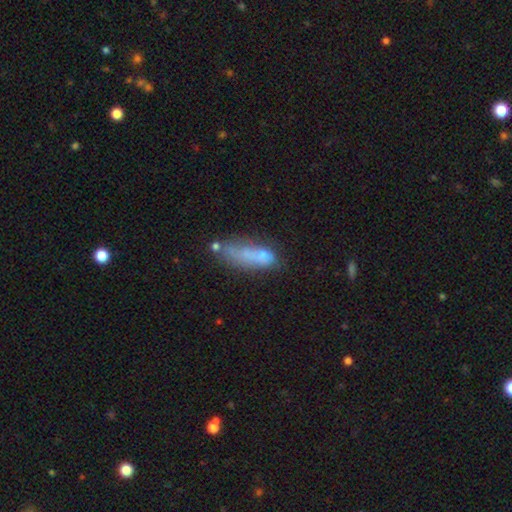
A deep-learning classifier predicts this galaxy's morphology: Smooth or featured: smooth — 60% (featured or disk — 28%)
How rounded: in between — 52% (cigar-shaped — 45%)
Merging: none — 32% (minor disturbance — 24%)